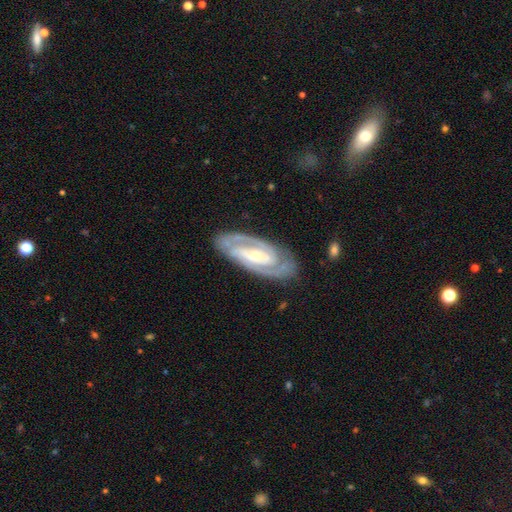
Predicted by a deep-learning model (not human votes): Smooth or featured? featured or disk (90%)
Edge-on disk? no (94%)
Bar? weak (35%)
Spiral arms? yes (97%)
Spiral winding? tight (56%)
Spiral arm count? 2 (83%)
Bulge size? small (57%)
Merging? none (83%)